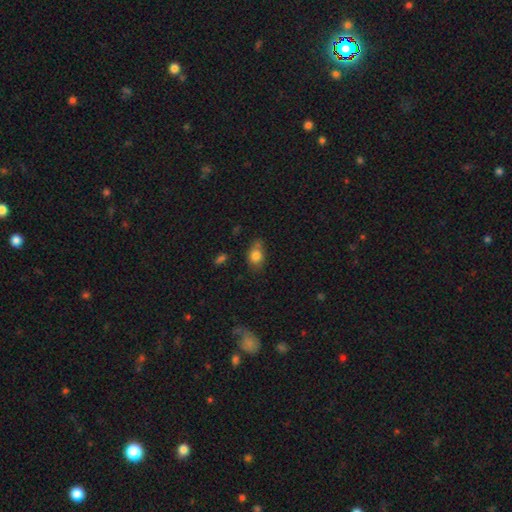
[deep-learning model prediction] This appears to be a smooth galaxy with no disk features (81%) that is in between round and cigar-shaped (67%). Merging: none (58%).